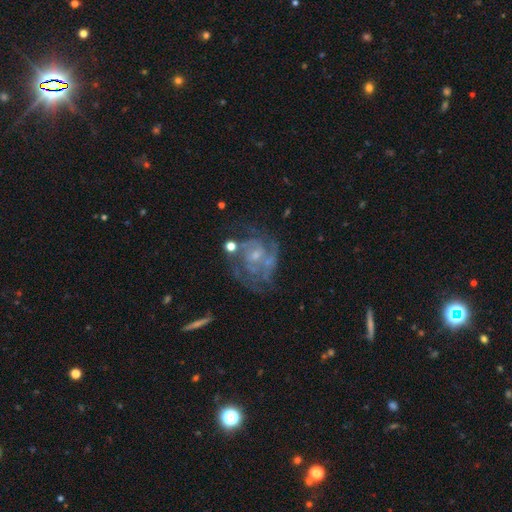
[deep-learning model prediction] featured or disk 81%, smooth 10%, star or artifact 9%. Down the decision tree: edge-on disk — no (98%); bar — no (64%); spiral arms — yes (87%); spiral arm count — can't tell (33%); spiral winding — tight (52%); bulge size — small (64%); merging — none (51%).